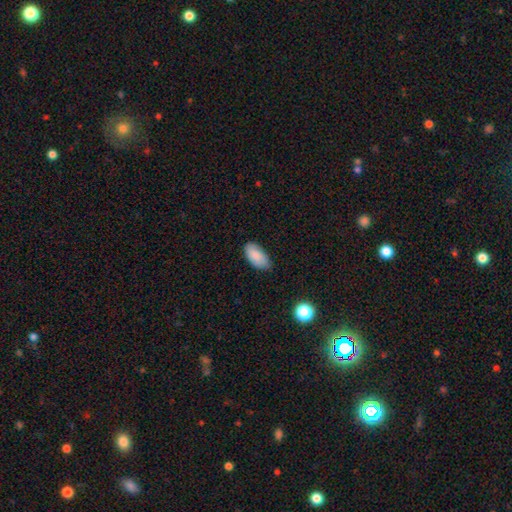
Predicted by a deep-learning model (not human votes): smooth_or_featured: smooth (p=0.86) [alt: featured or disk p=0.08]
how_rounded: in between (p=0.94) [alt: cigar-shaped p=0.03]
merging: none (p=0.74) [alt: minor disturbance p=0.21]